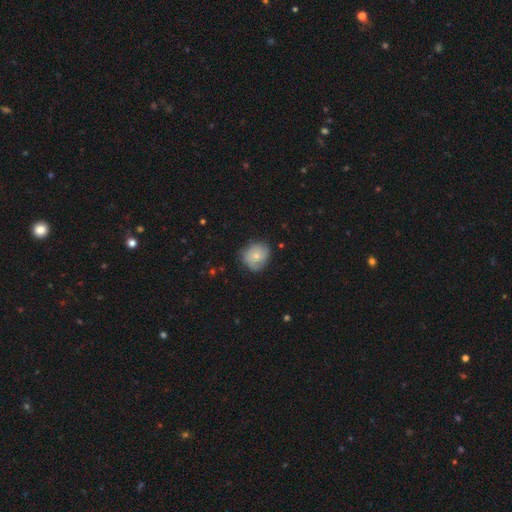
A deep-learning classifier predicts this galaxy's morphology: A smooth galaxy with no disk features (60%) that is round (74%). Merging: none (67%).